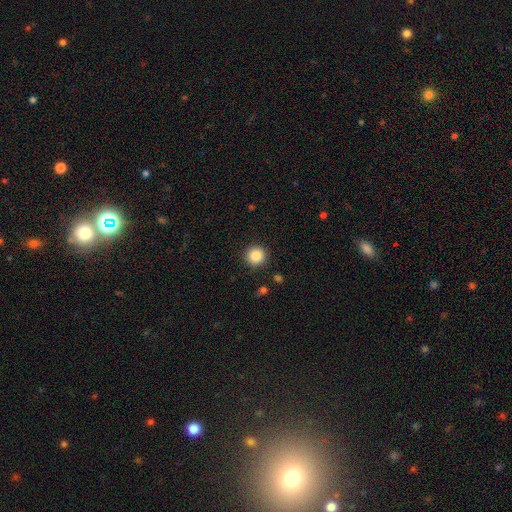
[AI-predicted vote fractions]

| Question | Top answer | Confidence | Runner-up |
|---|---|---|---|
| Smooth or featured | smooth | 86% | star or artifact (10%) |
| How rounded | round | 95% | in between (4%) |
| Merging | none | 91% | minor disturbance (6%) |